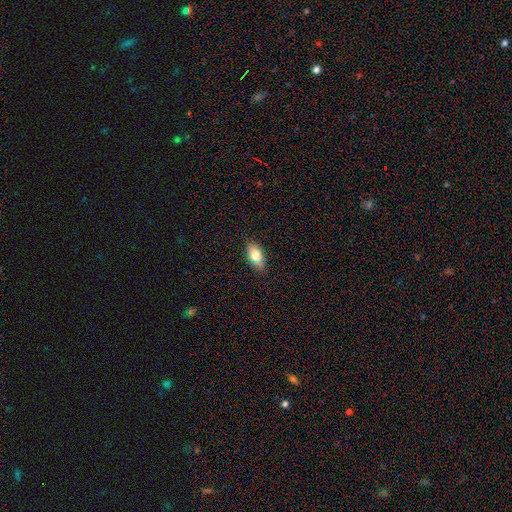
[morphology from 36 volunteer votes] Q: Smooth or featured?
A: smooth (83%); runner-up: featured or disk (17%)
Q: How rounded?
A: in between (97%); runner-up: cigar-shaped (3%)
Q: Merging?
A: none (75%); runner-up: minor disturbance (25%)